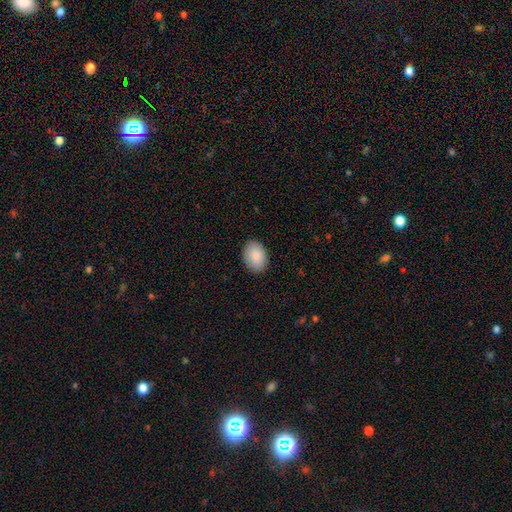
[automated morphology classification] A smooth galaxy with no disk features (89%) that is in between round and cigar-shaped (81%). Merging: none (88%).